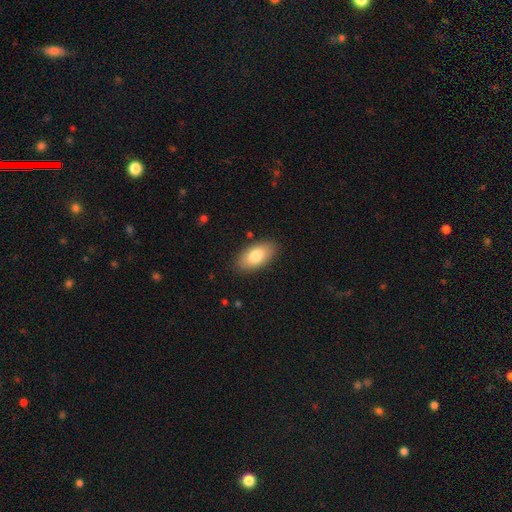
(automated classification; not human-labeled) Smooth or featured: smooth — 79% (featured or disk — 15%)
How rounded: in between — 93% (round — 4%)
Merging: none — 87% (minor disturbance — 10%)